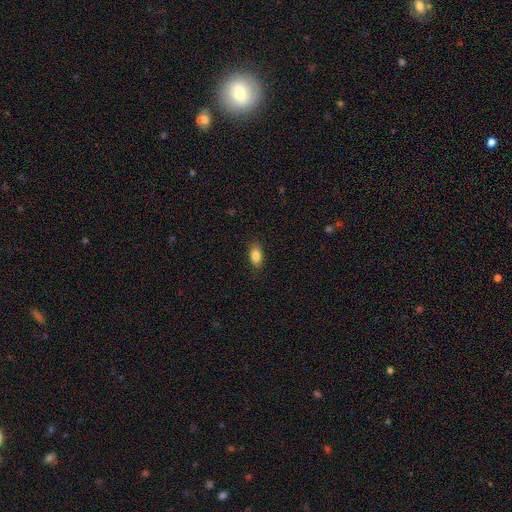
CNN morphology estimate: type=smooth (86%); roundness=in between (88%); merging=none (85%).